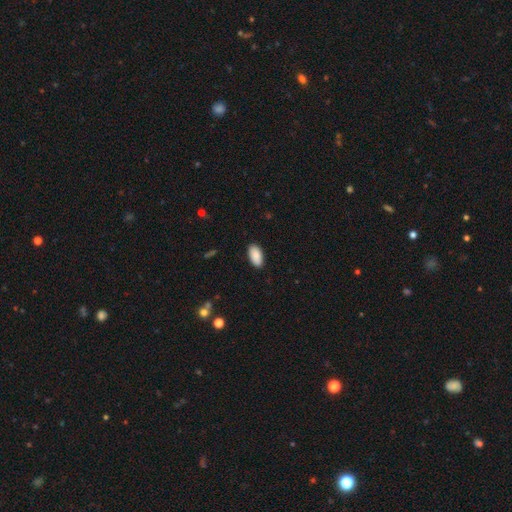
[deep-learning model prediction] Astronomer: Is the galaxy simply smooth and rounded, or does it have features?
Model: smooth — 90%.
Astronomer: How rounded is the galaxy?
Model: in between — 95%.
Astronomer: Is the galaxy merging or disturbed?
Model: none — 89%.